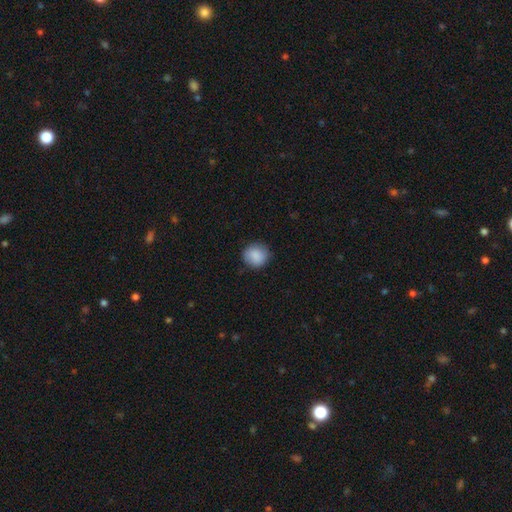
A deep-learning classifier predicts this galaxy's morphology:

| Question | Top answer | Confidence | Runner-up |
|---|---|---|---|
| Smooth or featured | smooth | 87% | star or artifact (7%) |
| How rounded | round | 88% | in between (11%) |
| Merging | none | 84% | minor disturbance (12%) |